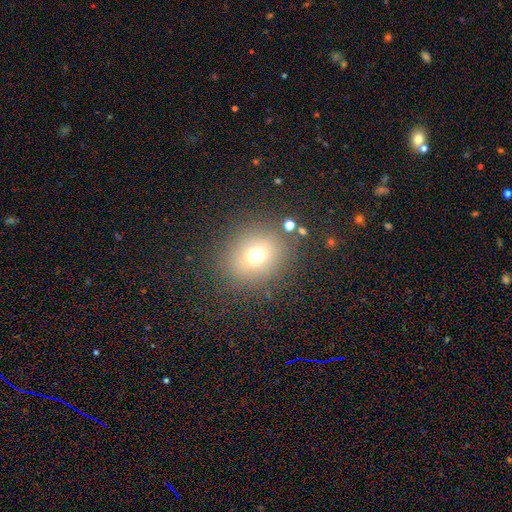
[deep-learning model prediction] Smooth or featured? smooth (68%)
How rounded? round (70%)
Merging? none (80%)